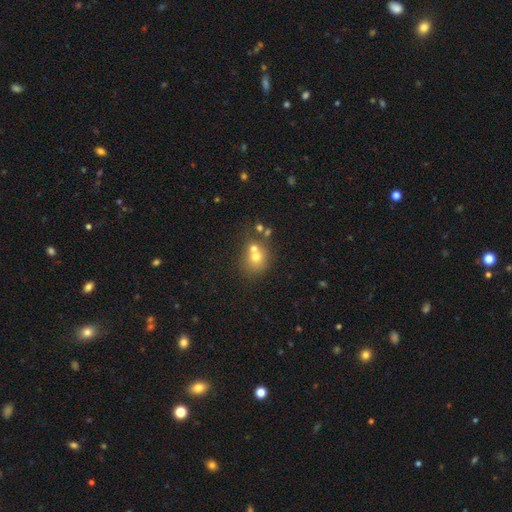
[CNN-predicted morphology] Overall: smooth (64%). How rounded: round (76%). Merging: merger (44%; none 43%).